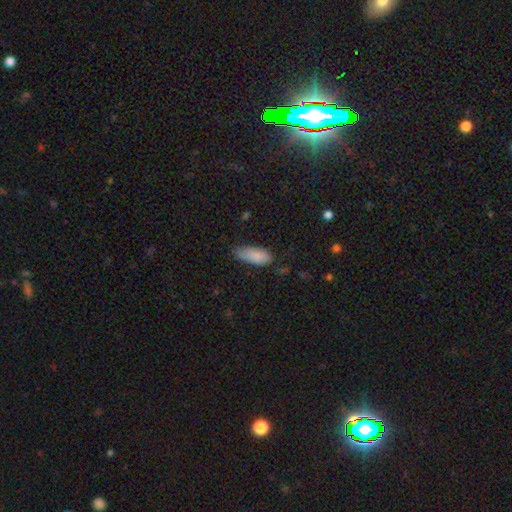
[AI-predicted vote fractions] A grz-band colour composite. It shows a smooth galaxy with no disk features (86%) that is in between round and cigar-shaped (82%). Merging: none (53%).